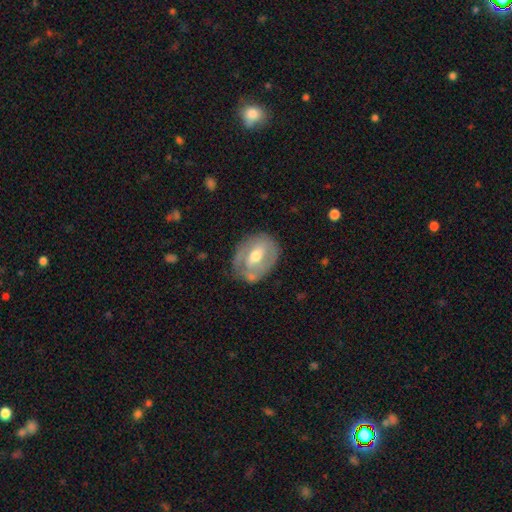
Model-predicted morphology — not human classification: Smooth or featured: featured or disk — 61% (smooth — 33%)
Edge-on disk: no — 93% (yes — 7%)
Bar: weak — 41% (no — 31%)
Spiral arms: no — 59% (yes — 41%)
Bulge size: moderate — 72% (small — 18%)
Merging: none — 67% (minor disturbance — 22%)